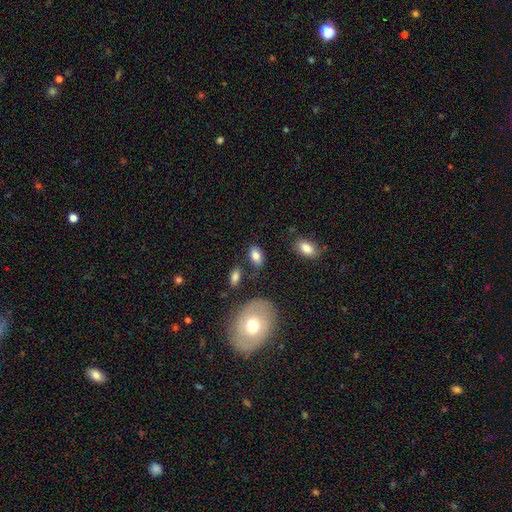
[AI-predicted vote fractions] Q: Smooth or featured?
A: smooth (80%); runner-up: featured or disk (12%)
Q: How rounded?
A: in between (90%); runner-up: round (7%)
Q: Merging?
A: none (76%); runner-up: minor disturbance (14%)